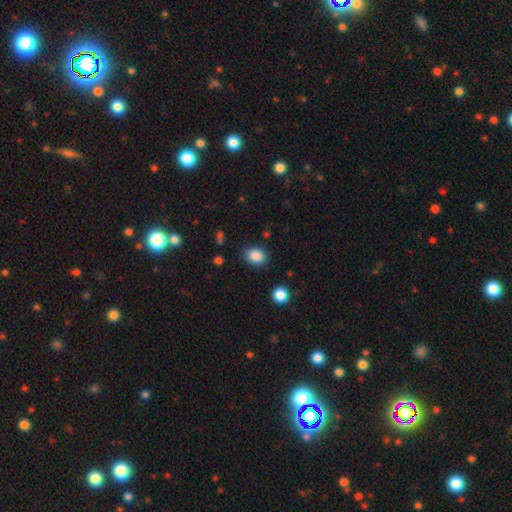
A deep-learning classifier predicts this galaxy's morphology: smooth 87%, star or artifact 9%, featured or disk 4%. Down the decision tree: how rounded — round (53%); merging — none (84%).